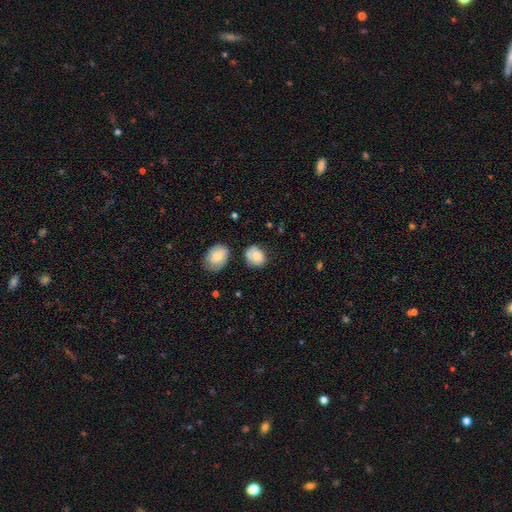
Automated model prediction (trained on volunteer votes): smooth-or-featured: smooth: 77% | featured or disk: 14% | star or artifact: 8%
  how-rounded: round: 54% | in between: 45% | cigar-shaped: 1%
  merging: none: 54% | minor disturbance: 26% | merger: 12% | major disturbance: 8%